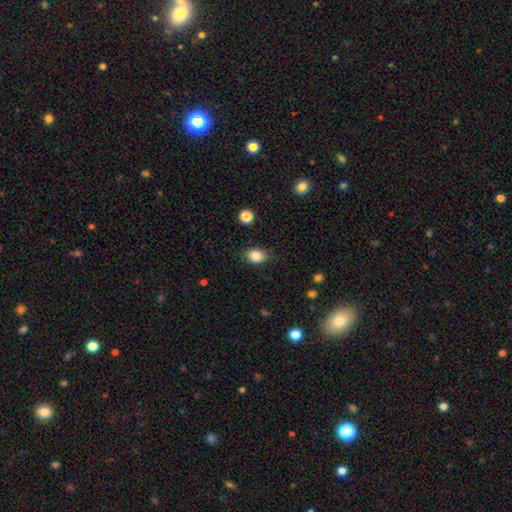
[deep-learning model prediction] smooth_or_featured: smooth (p=0.85) [alt: star or artifact p=0.09]
how_rounded: in between (p=0.76) [alt: round p=0.23]
merging: none (p=0.82) [alt: minor disturbance p=0.14]